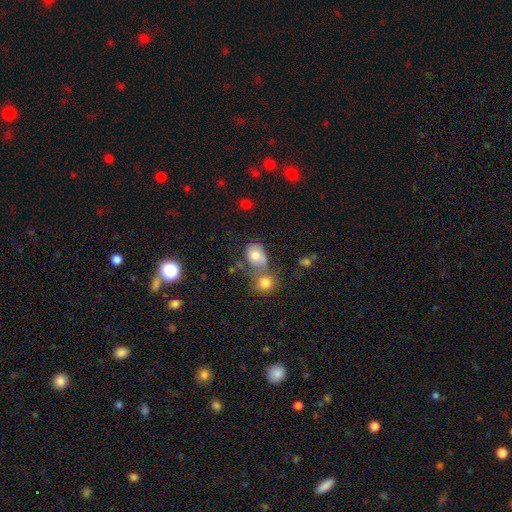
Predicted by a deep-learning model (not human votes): Smooth or featured? Predicted: smooth (p=0.75). How rounded? Predicted: in between (p=0.63). Merging? Predicted: merger (p=0.44).